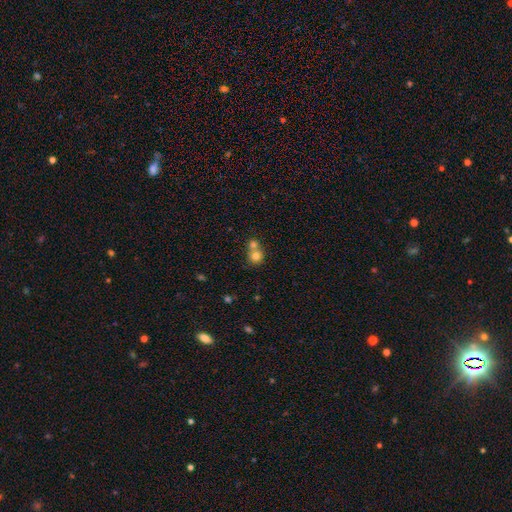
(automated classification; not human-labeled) smooth-or-featured: smooth: 76% | featured or disk: 13% | star or artifact: 11%
  how-rounded: round: 85% | in between: 15% | cigar-shaped: 1%
  merging: merger: 55% | none: 37% | minor disturbance: 6% | major disturbance: 2%